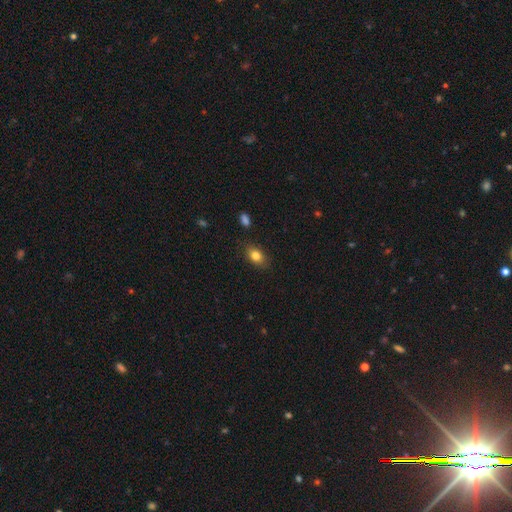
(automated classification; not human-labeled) smooth_or_featured: smooth (p=0.82) [alt: star or artifact p=0.09]
how_rounded: in between (p=0.79) [alt: round p=0.19]
merging: none (p=0.83) [alt: minor disturbance p=0.12]